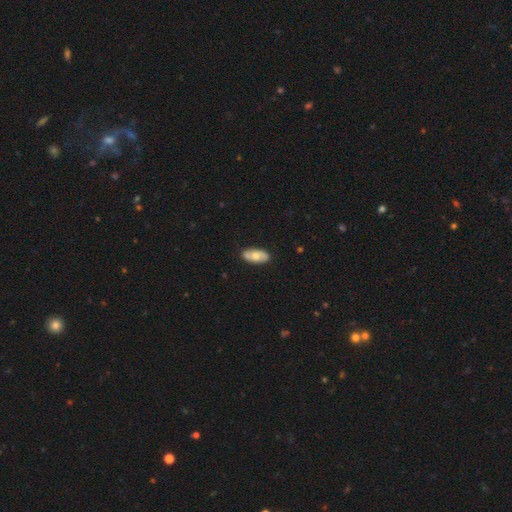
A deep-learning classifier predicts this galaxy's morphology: Smooth or featured? smooth (57%)
How rounded? in between (91%)
Merging? none (85%)